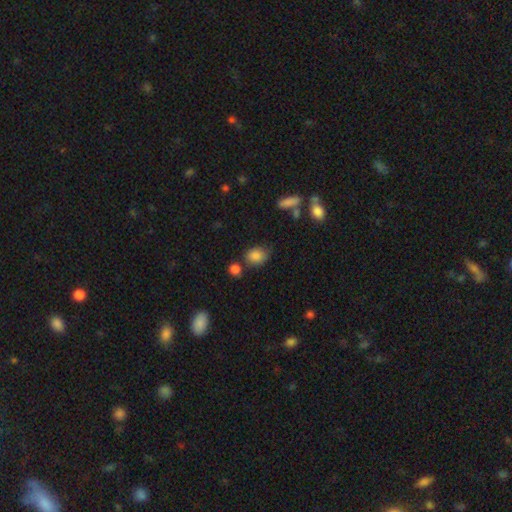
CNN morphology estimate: Smooth or featured: smooth — 84% (star or artifact — 9%)
How rounded: in between — 59% (round — 39%)
Merging: none — 60% (minor disturbance — 23%)